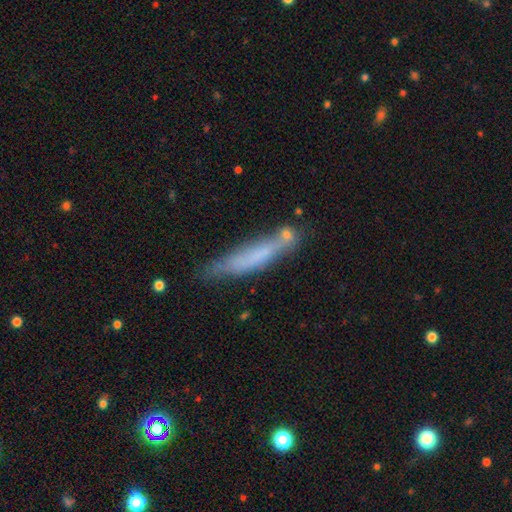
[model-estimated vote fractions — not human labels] A smooth galaxy with no disk features (56%) that is cigar-shaped (88%).

Vote fractions:
- Smooth or featured? smooth: 56% / featured or disk: 35% / star or artifact: 9%
- How rounded? cigar-shaped: 88% / in between: 10% / round: 1%
- Merging? none: 56% / minor disturbance: 24% / merger: 12% / major disturbance: 8%